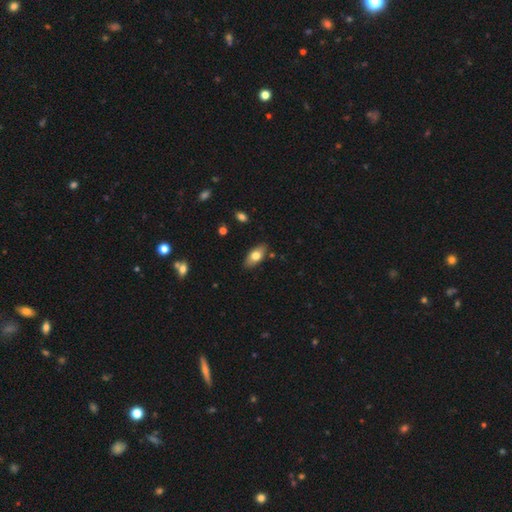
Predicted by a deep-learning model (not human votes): Overall: smooth (72%). How rounded: in between (88%). Merging: none (85%).